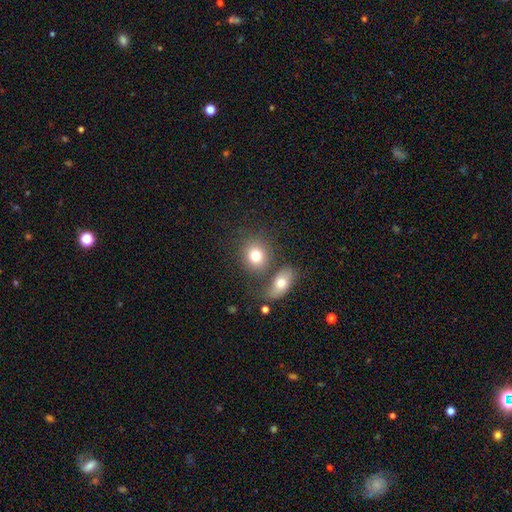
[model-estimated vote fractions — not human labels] smooth 78%, featured or disk 12%, star or artifact 9%. Down the decision tree: how rounded — round (64%); merging — none (57%).